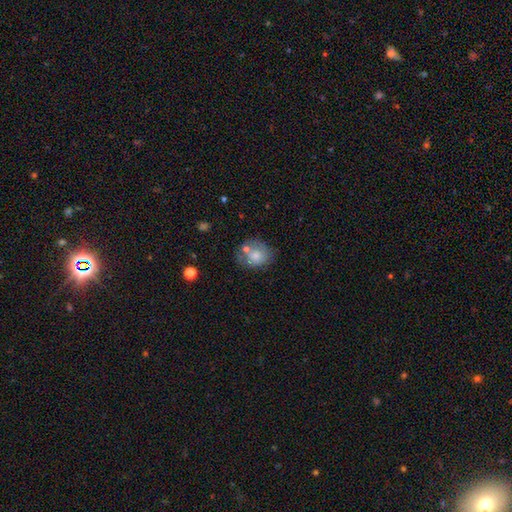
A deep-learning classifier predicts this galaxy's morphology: Smooth or featured: smooth — 70% (featured or disk — 21%)
How rounded: round — 58% (in between — 41%)
Merging: none — 46% (merger — 22%)